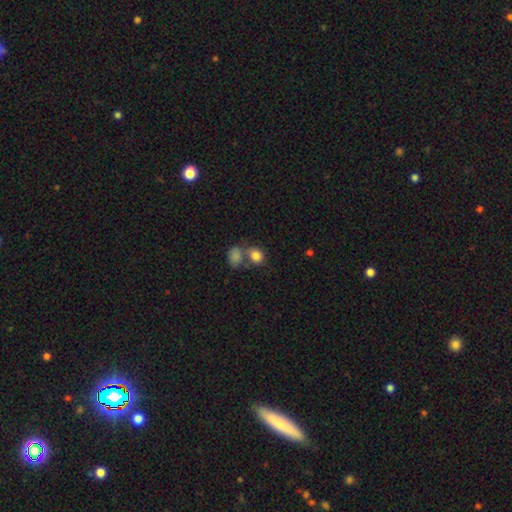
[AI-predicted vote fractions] smooth_or_featured: smooth (p=0.83) [alt: star or artifact p=0.10]
how_rounded: round (p=0.60) [alt: in between p=0.38]
merging: none (p=0.43) [alt: merger p=0.42]